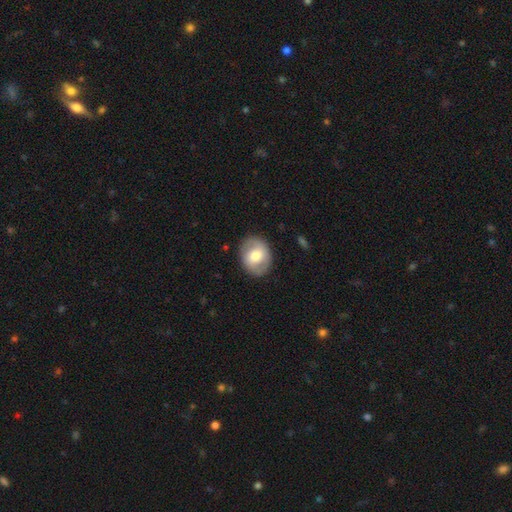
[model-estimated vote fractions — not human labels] The model was most divided on "how rounded": round: 53%, in between: 46%, cigar-shaped: 1%. More confident: merging — none (85%); smooth or featured — smooth (54%).